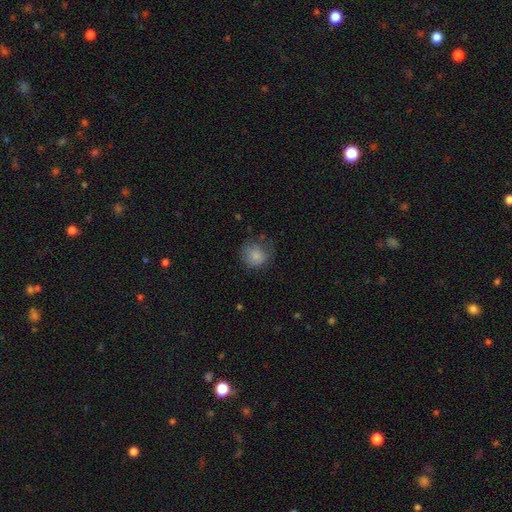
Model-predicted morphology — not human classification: This appears to be a smooth galaxy with no disk features (80%) that is round (83%). Merging: none (56%).